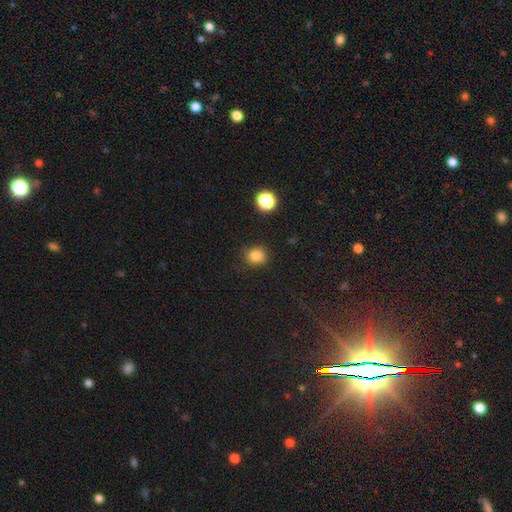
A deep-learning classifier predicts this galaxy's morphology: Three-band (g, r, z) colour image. It shows a smooth galaxy with no disk features (82%) that is round (82%). Merging: none (81%).